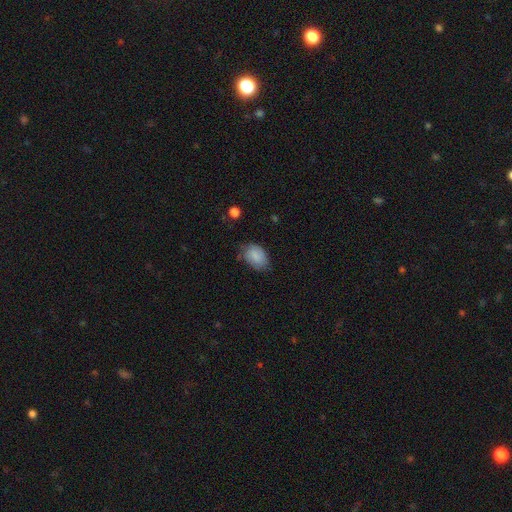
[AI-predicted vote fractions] smooth_or_featured: smooth (p=0.82) [alt: featured or disk p=0.11]
how_rounded: in between (p=0.86) [alt: round p=0.13]
merging: none (p=0.61) [alt: minor disturbance p=0.31]